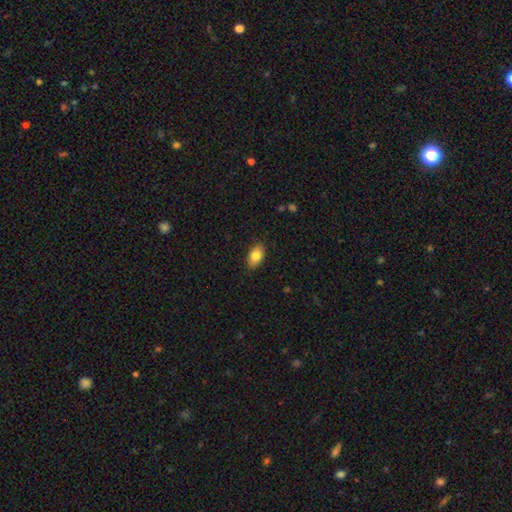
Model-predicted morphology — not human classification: smooth-or-featured: smooth: 83% | featured or disk: 9% | star or artifact: 8%
  how-rounded: in between: 91% | round: 6% | cigar-shaped: 2%
  merging: none: 87% | minor disturbance: 10% | major disturbance: 2% | merger: 1%